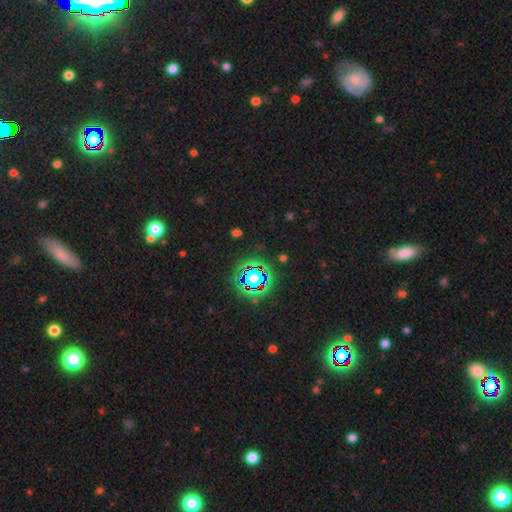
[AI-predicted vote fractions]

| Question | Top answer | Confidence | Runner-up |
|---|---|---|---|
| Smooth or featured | star or artifact | 79% | smooth (14%) |